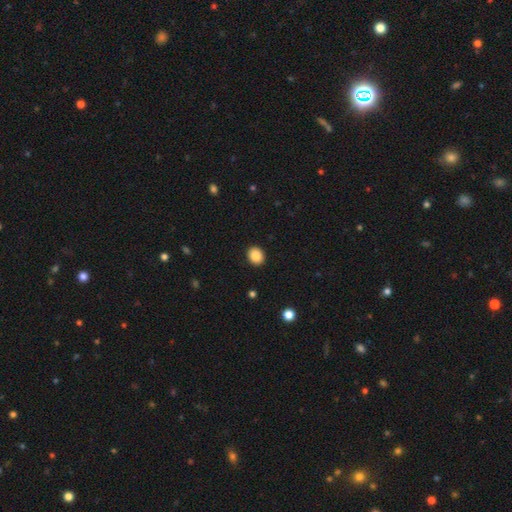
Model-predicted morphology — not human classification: This is clearly a smooth galaxy (88%). How rounded: likely round (60%). Merging: clearly none (92%).